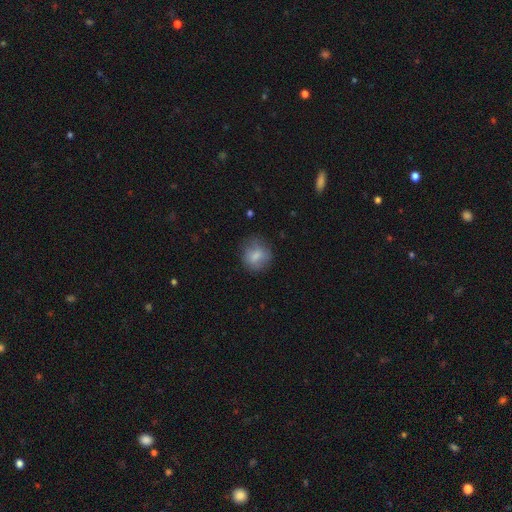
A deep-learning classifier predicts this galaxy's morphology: smooth-or-featured: smooth: 77% | featured or disk: 14% | star or artifact: 8%
  how-rounded: round: 80% | in between: 19% | cigar-shaped: 1%
  merging: none: 72% | minor disturbance: 20% | major disturbance: 7% | merger: 1%